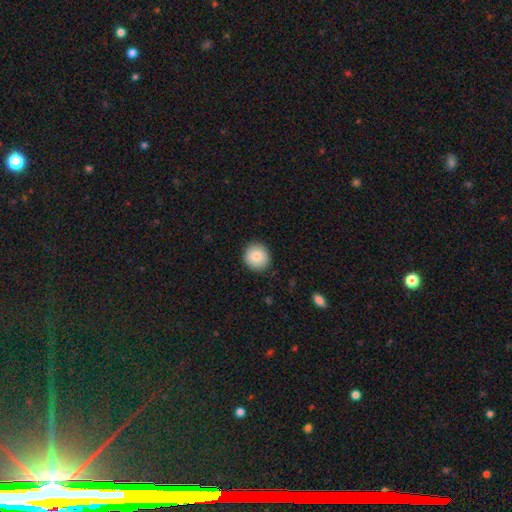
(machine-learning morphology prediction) A smooth galaxy with no disk features (85%) that is round (92%). Merging: none (90%).